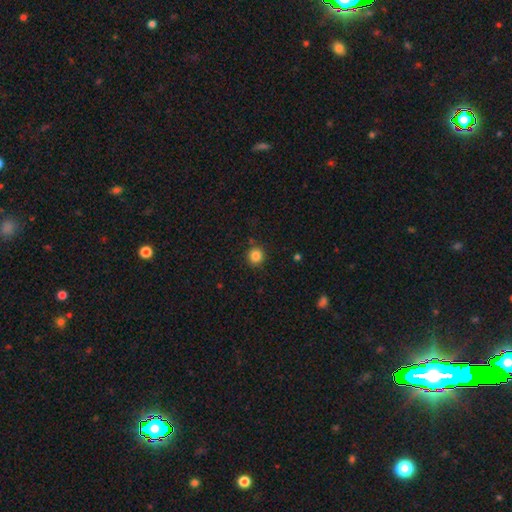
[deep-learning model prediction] Smooth or featured?
  - smooth: 85% *
  - star or artifact: 11%
  - featured or disk: 4%
How rounded?
  - round: 94% *
  - in between: 5%
  - cigar-shaped: 1%
Merging?
  - none: 89% *
  - minor disturbance: 7%
  - major disturbance: 2%
  - merger: 2%